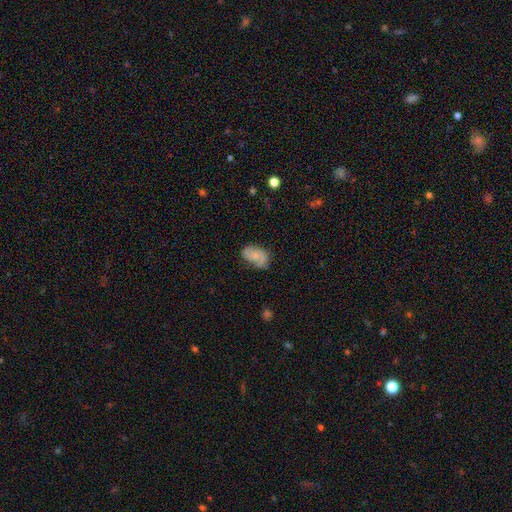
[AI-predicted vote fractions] A featured or disk galaxy (53%) with no bar (69%), spiral arms (87%) and a small central bulge (55%). Merging: none (57%).